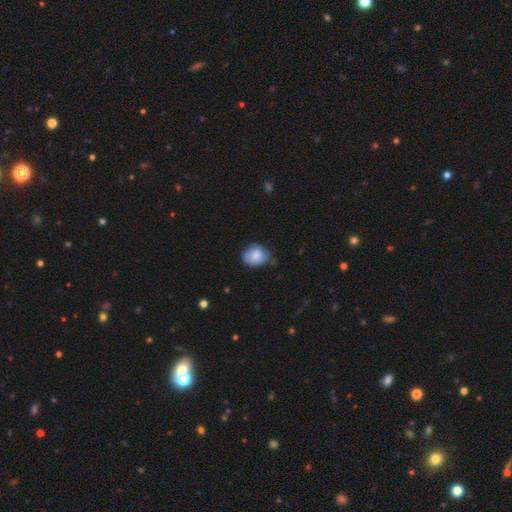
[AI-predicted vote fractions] The model was most divided on "how rounded": round: 52%, in between: 47%, cigar-shaped: 1%. More confident: smooth or featured — smooth (70%); merging — none (55%).